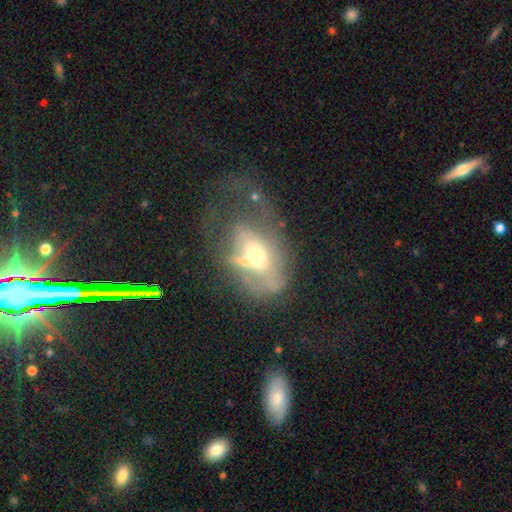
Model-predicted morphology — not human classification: A featured or disk galaxy (55%). Merging: major disturbance (53%).